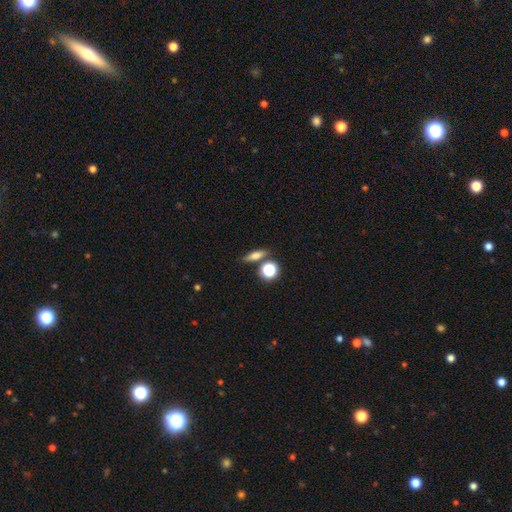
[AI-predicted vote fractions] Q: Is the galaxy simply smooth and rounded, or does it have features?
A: smooth — 66%.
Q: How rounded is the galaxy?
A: in between — 45%.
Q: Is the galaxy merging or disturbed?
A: none — 75%.